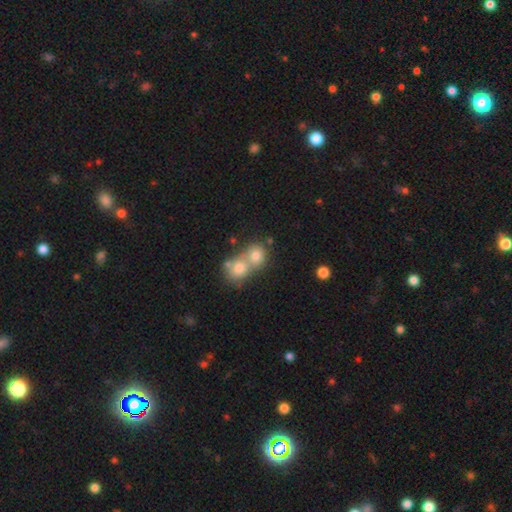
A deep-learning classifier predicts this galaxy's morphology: Overall: smooth (74%). How rounded: round (76%). Merging: merger (64%; none 28%).